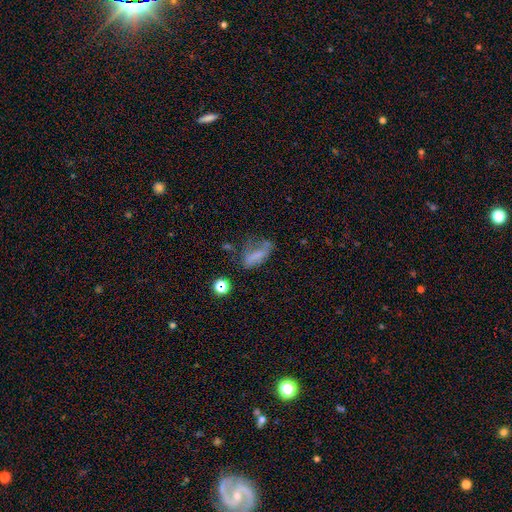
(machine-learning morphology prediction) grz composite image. It shows a smooth galaxy with no disk features (52%) that is in between round and cigar-shaped (65%). Merging: none (33%).